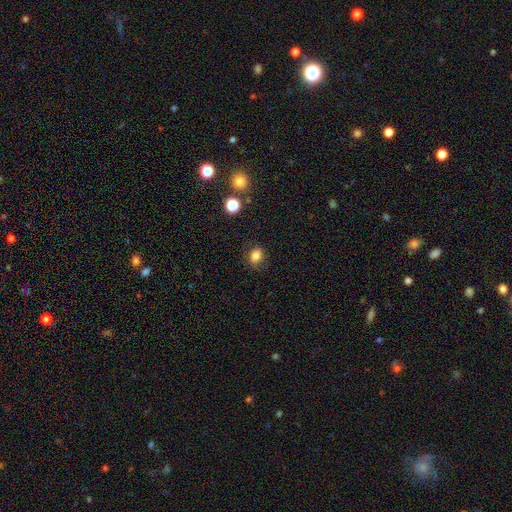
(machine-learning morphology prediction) A smooth galaxy with no disk features (81%) that is in between round and cigar-shaped (51%). Merging: none (82%).